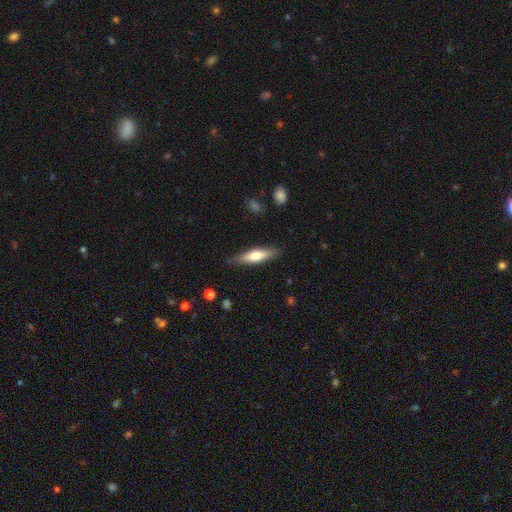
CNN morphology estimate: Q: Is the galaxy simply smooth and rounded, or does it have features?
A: smooth — 59%.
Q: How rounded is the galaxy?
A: cigar-shaped — 68%.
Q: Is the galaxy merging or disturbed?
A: none — 85%.